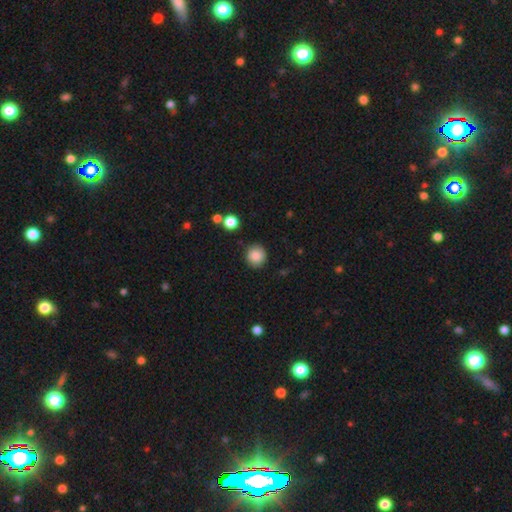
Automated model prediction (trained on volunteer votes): smooth_or_featured: smooth (p=0.86) [alt: star or artifact p=0.08]
how_rounded: round (p=0.92) [alt: in between p=0.07]
merging: none (p=0.87) [alt: minor disturbance p=0.08]